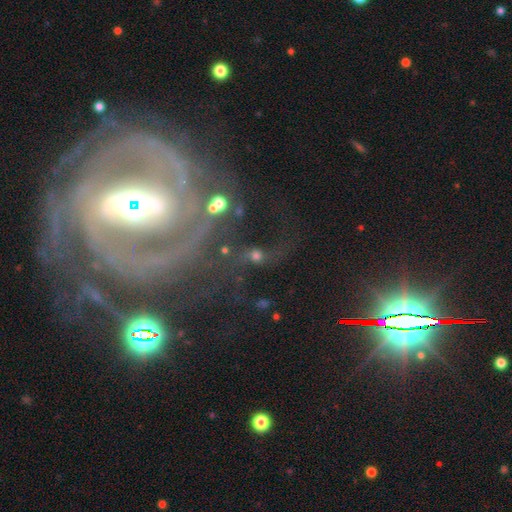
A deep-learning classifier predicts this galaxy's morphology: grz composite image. It shows a featured or disk galaxy (79%) with a strong bar (42%), 2 (65%) tight (44%) spiral arms (90%) and a moderate central bulge (49%). Merging: none (60%).